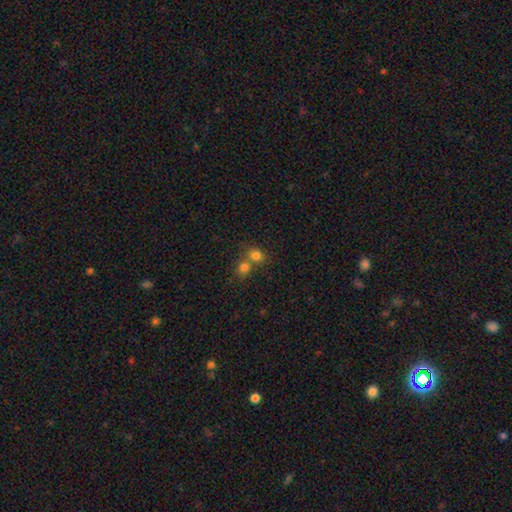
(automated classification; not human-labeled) Smooth or featured? Predicted: smooth (p=0.78). How rounded? Predicted: round (p=0.68). Merging? Predicted: merger (p=0.49).